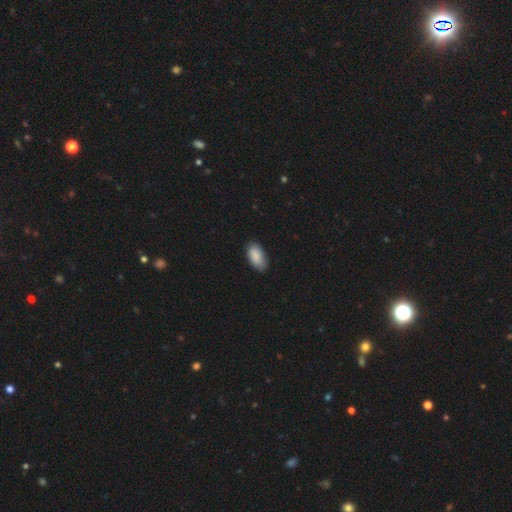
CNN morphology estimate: Q: Smooth or featured?
A: smooth (89%); runner-up: star or artifact (6%)
Q: How rounded?
A: in between (94%); runner-up: cigar-shaped (3%)
Q: Merging?
A: none (81%); runner-up: minor disturbance (15%)